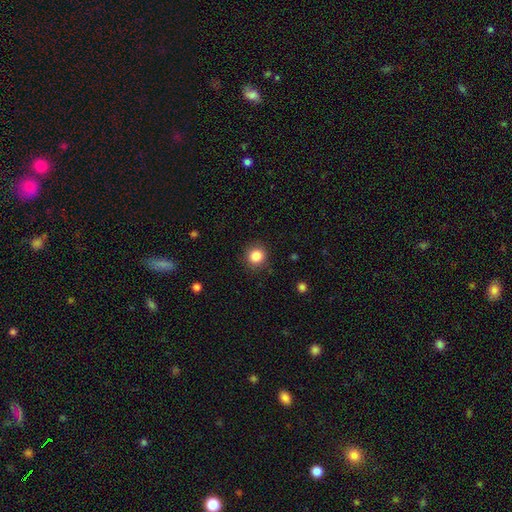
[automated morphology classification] type=smooth (85%); roundness=round (92%); merging=none (89%).